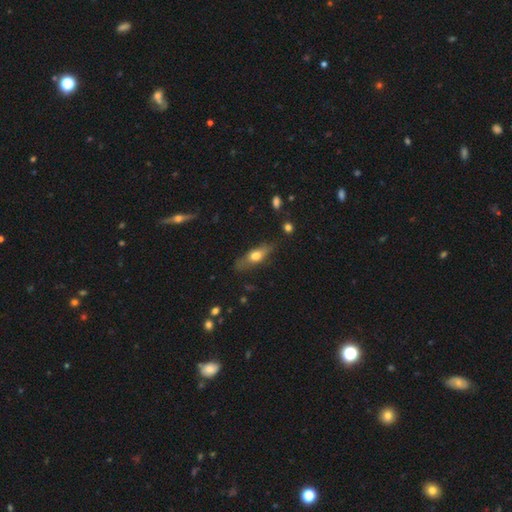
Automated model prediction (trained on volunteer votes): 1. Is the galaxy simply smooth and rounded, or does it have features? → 55% smooth, 37% featured or disk, 7% star or artifact.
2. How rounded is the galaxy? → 52% in between, 44% cigar-shaped, 4% round.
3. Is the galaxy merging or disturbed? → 74% none, 18% minor disturbance, 5% major disturbance, 2% merger.